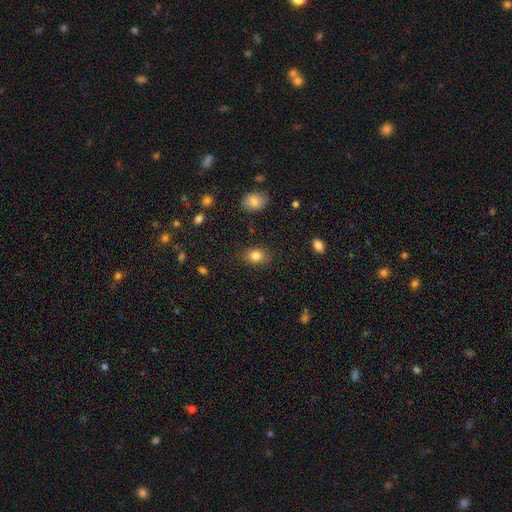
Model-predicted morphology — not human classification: smooth_or_featured: smooth (p=0.83) [alt: star or artifact p=0.10]
how_rounded: in between (p=0.65) [alt: round p=0.34]
merging: none (p=0.83) [alt: minor disturbance p=0.12]